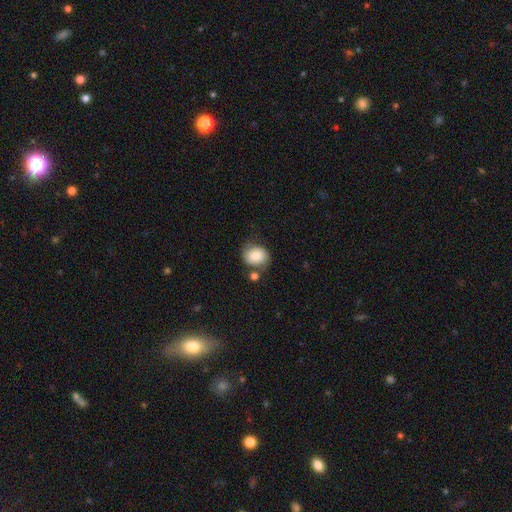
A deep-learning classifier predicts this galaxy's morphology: Q: Smooth or featured?
A: smooth (74%); runner-up: featured or disk (18%)
Q: How rounded?
A: round (64%); runner-up: in between (35%)
Q: Merging?
A: none (57%); runner-up: minor disturbance (21%)